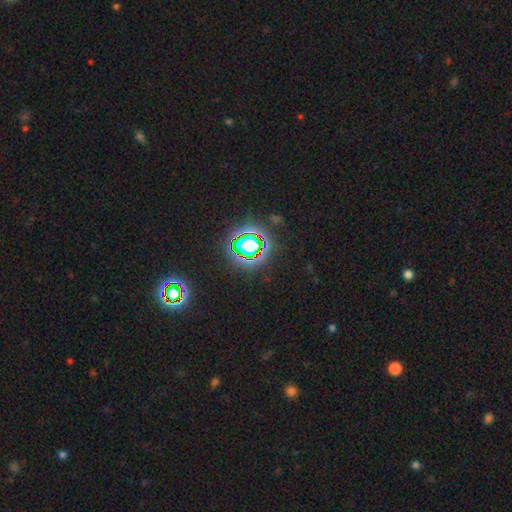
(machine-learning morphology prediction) Smooth or featured? Predicted: star or artifact (p=0.77).